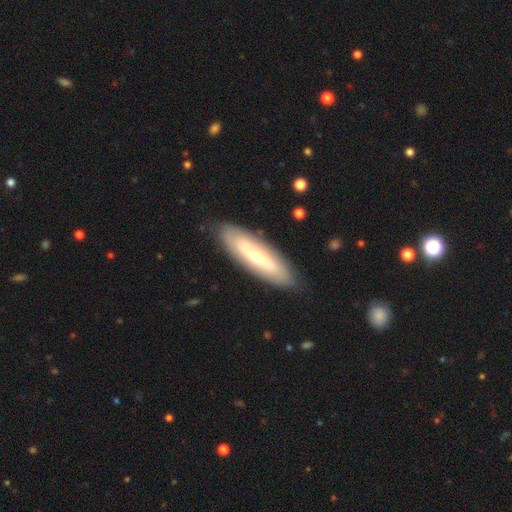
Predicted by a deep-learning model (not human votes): Morphology: type=smooth (51%); roundness=cigar-shaped (58%); merging=none (85%).